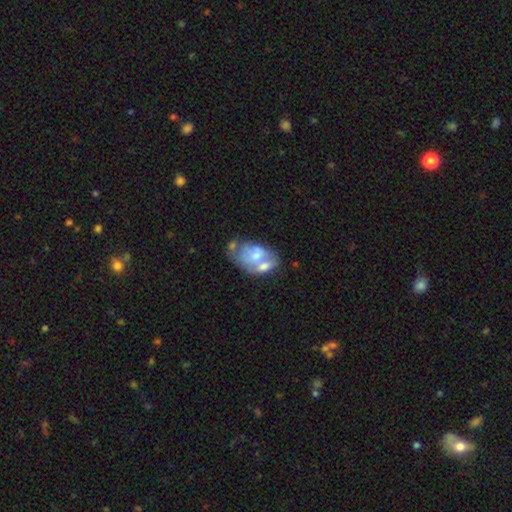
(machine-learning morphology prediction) Smooth or featured? smooth (47%, tied with featured or disk)
Merging? merger (57%)